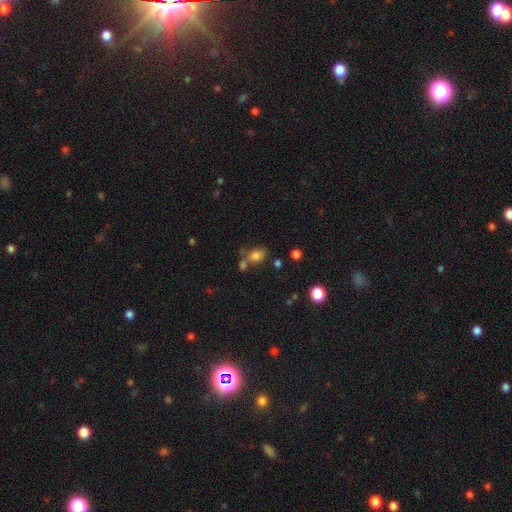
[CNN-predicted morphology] Q: Smooth or featured?
A: smooth (78%); runner-up: star or artifact (13%)
Q: How rounded?
A: in between (71%); runner-up: round (27%)
Q: Merging?
A: none (53%); runner-up: merger (26%)